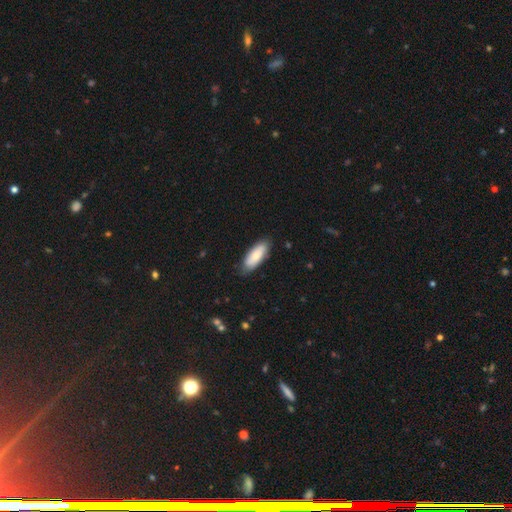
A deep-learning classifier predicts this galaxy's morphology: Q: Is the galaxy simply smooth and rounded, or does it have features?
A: smooth — 80%.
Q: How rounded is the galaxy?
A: in between — 72%.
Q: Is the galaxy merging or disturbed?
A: none — 82%.